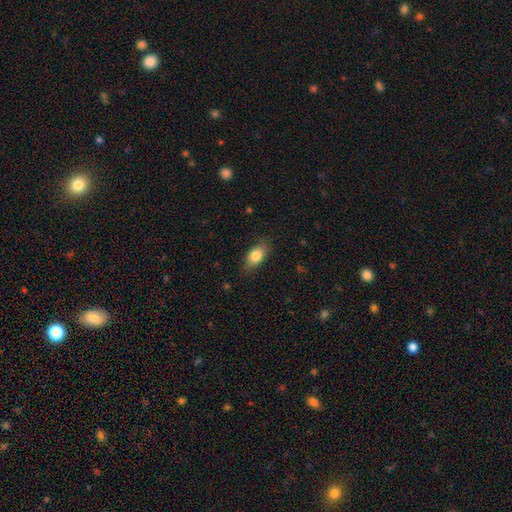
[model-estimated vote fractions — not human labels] smooth-or-featured: smooth: 83% | featured or disk: 10% | star or artifact: 8%
  how-rounded: in between: 86% | round: 9% | cigar-shaped: 5%
  merging: none: 81% | minor disturbance: 14% | major disturbance: 3% | merger: 1%